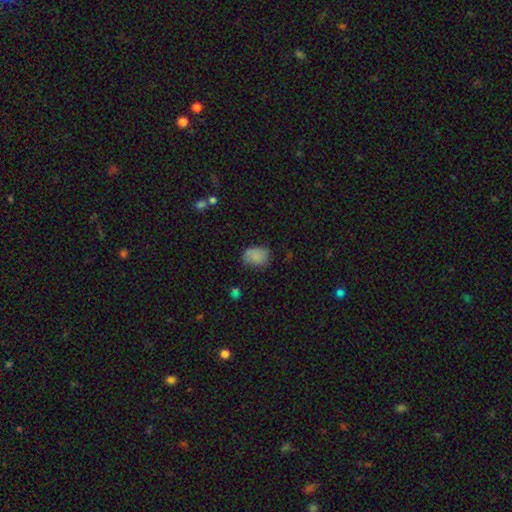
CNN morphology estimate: Smooth or featured?
  - smooth: 78% *
  - featured or disk: 12%
  - star or artifact: 11%
How rounded?
  - in between: 62% *
  - round: 37%
  - cigar-shaped: 1%
Merging?
  - none: 58% *
  - minor disturbance: 29%
  - major disturbance: 9%
  - merger: 3%